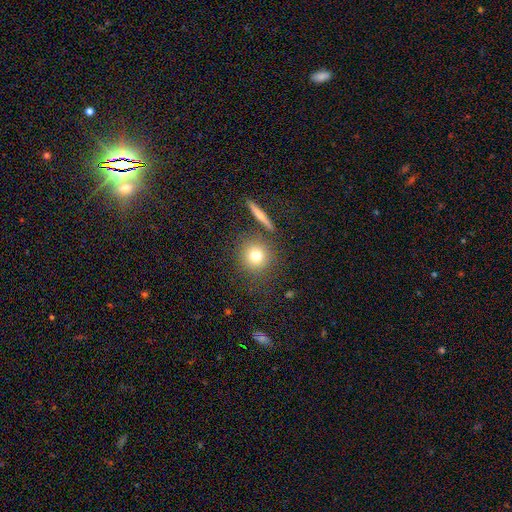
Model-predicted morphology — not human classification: Q: Smooth or featured?
A: smooth (76%); runner-up: featured or disk (12%)
Q: How rounded?
A: round (90%); runner-up: in between (8%)
Q: Merging?
A: none (80%); runner-up: minor disturbance (9%)